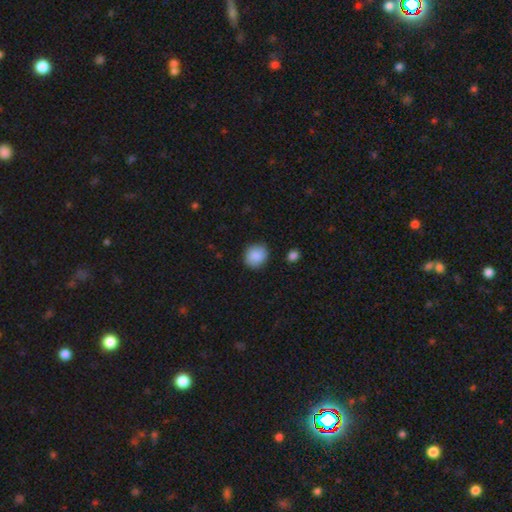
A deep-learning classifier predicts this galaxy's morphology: type=smooth (86%); roundness=round (77%); merging=none (84%).